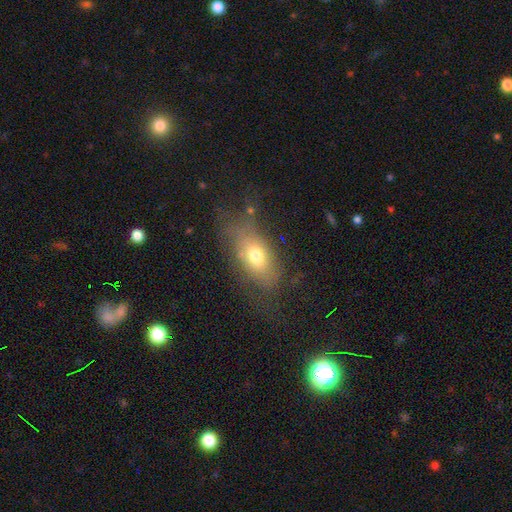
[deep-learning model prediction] A smooth galaxy with no disk features (67%) that is in between round and cigar-shaped (83%). Merging: none (57%).